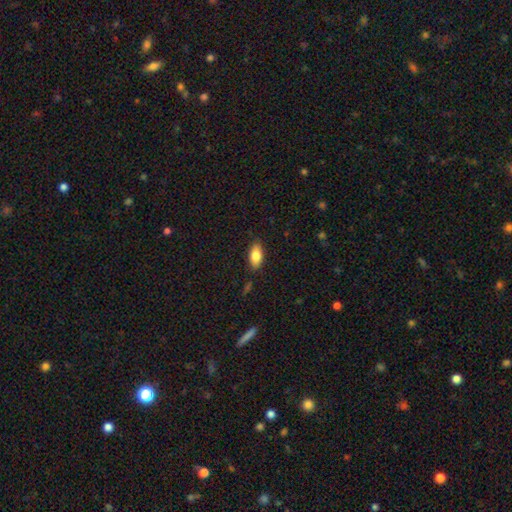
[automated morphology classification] Smooth or featured?
  - smooth: 82% *
  - featured or disk: 11%
  - star or artifact: 7%
How rounded?
  - in between: 89% *
  - cigar-shaped: 7%
  - round: 4%
Merging?
  - none: 84% *
  - minor disturbance: 12%
  - major disturbance: 2%
  - merger: 1%